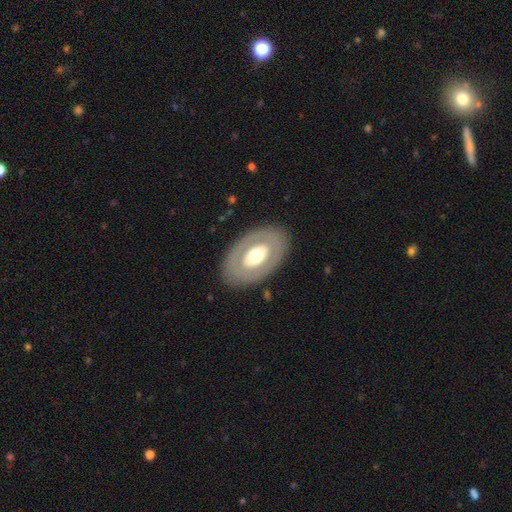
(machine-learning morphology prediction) This appears to be a featured or disk galaxy (52%). Merging: none (84%).